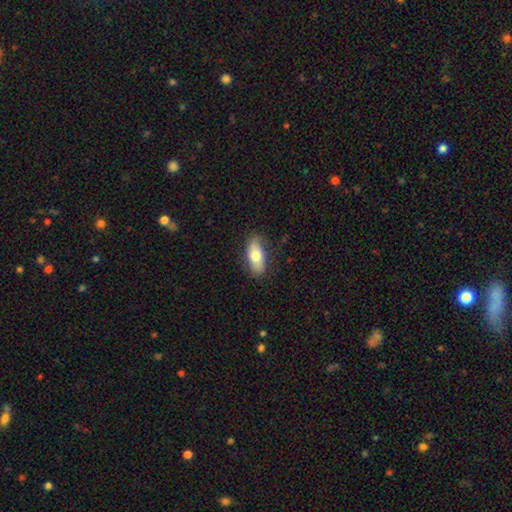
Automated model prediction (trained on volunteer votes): Smooth or featured? smooth (72%)
How rounded? in between (81%)
Merging? none (83%)